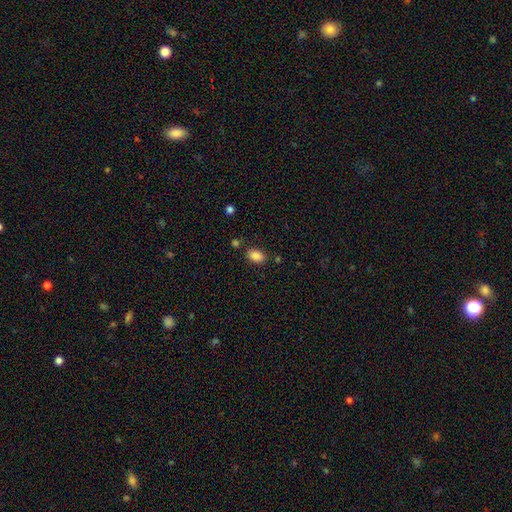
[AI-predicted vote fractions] The model was most divided on "merging": none: 80%, minor disturbance: 12%, merger: 5%, major disturbance: 3%. More confident: how rounded — in between (88%); smooth or featured — smooth (87%).